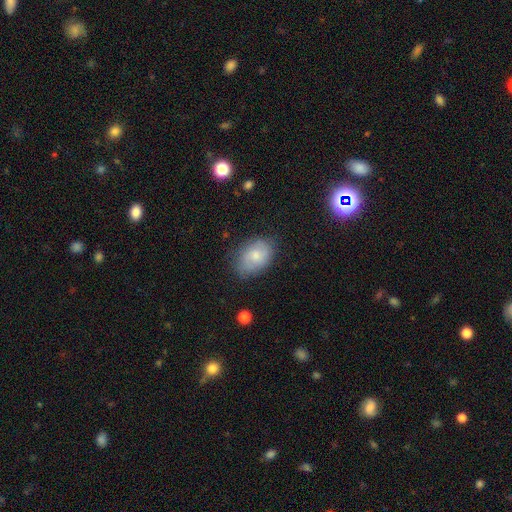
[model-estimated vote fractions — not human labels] smooth 61%, featured or disk 31%, star or artifact 8%. Down the decision tree: how rounded — in between (80%); merging — none (68%).